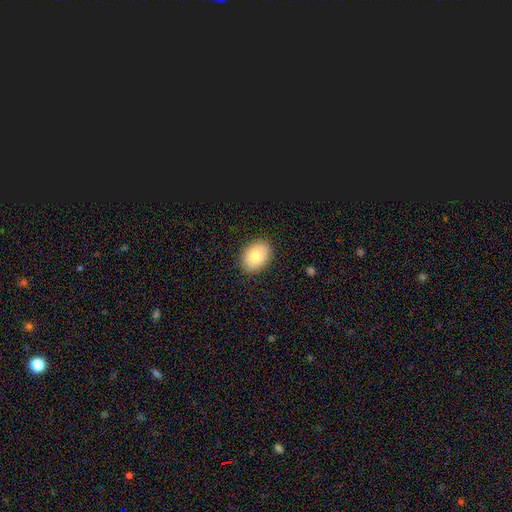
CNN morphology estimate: This appears to be a smooth galaxy with no disk features (79%) that is in between round and cigar-shaped (70%). Merging: none (88%).